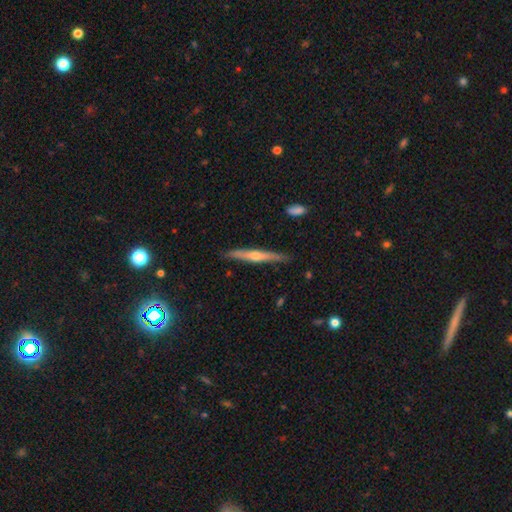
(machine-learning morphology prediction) Overall: featured or disk (64%; smooth 29%). Edge-on disk: yes (97%). Edge-on bulge: rounded (81%). Merging: none (88%).